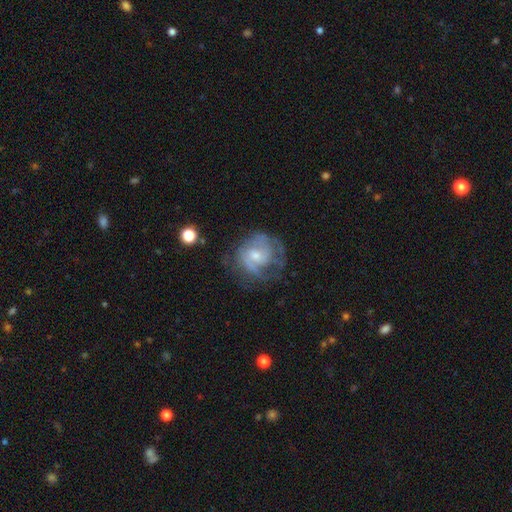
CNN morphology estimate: smooth-or-featured: featured or disk: 69% | smooth: 24% | star or artifact: 8%
  disk-edge-on: no: 98% | yes: 2%
    bar: no: 64% | weak: 31% | strong: 5%
    has-spiral-arms: yes: 78% | no: 22%
      spiral-winding: tight: 44% | medium: 38% | loose: 18%
      spiral-arm-count: can't tell: 39% | 2: 33% | 3: 12% | 1: 10% | 4: 4% | more than 4: 3%
    bulge-size: small: 47% | moderate: 44% | none: 4% | large: 4% | dominant: 1%
  merging: none: 53% | minor disturbance: 23% | major disturbance: 22% | merger: 2%